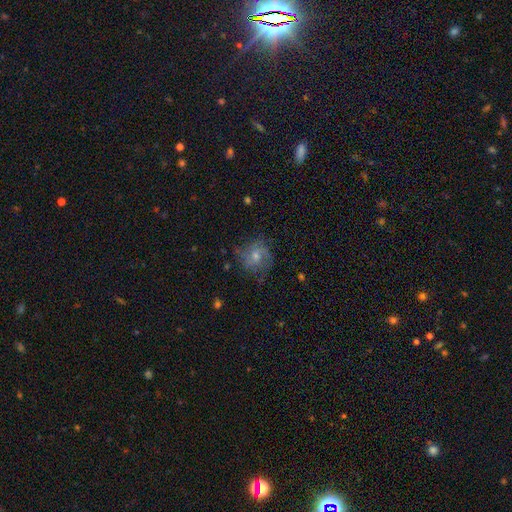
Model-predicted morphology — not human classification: Smooth or featured? Predicted: featured or disk (p=0.55). Edge-on disk? Predicted: no (p=0.96). Bar? Predicted: no (p=0.68). Spiral arms? Predicted: yes (p=0.83). Bulge size? Predicted: moderate (p=0.55). Merging? Predicted: none (p=0.71).